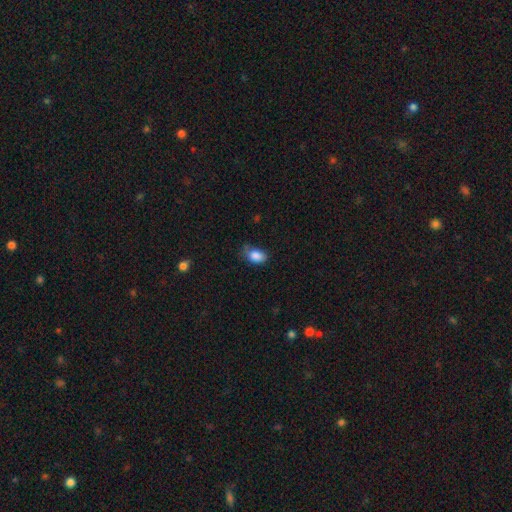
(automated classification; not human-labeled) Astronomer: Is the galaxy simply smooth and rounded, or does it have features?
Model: smooth — 86%.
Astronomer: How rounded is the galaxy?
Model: in between — 87%.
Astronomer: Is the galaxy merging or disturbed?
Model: none — 55% (runner-up: minor disturbance, 34%).